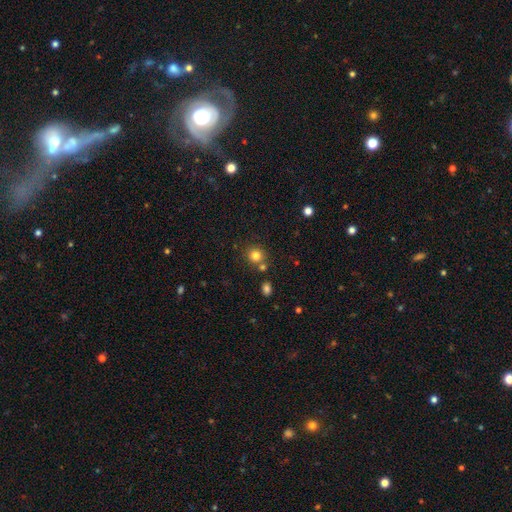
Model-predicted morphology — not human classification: Overall: smooth (80%). How rounded: round (88%). Merging: none (71%).